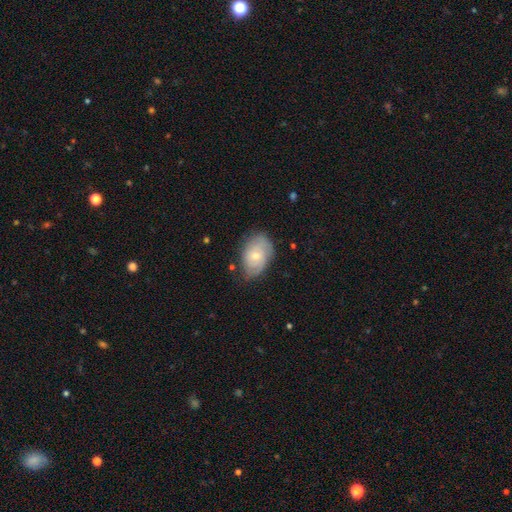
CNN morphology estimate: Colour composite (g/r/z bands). It shows a smooth galaxy with no disk features (47%, tied with featured or disk). Merging: none (69%).